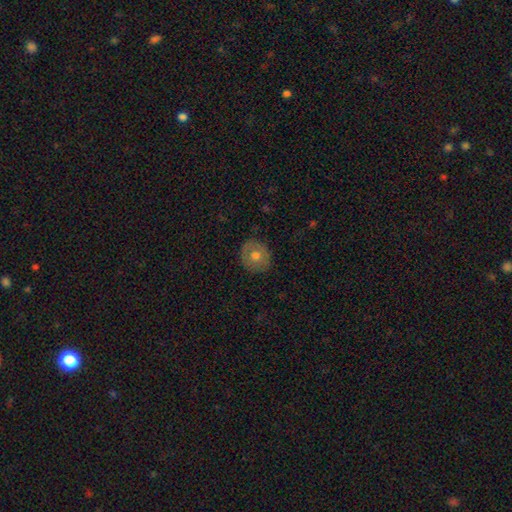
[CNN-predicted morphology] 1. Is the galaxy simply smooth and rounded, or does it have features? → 65% smooth, 26% featured or disk, 9% star or artifact.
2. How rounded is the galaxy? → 84% round, 15% in between, 1% cigar-shaped.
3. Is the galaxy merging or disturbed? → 87% none, 10% minor disturbance, 2% major disturbance, 1% merger.